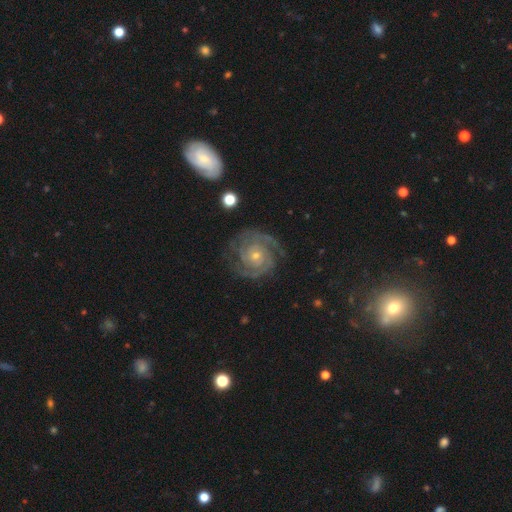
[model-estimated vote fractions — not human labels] Morphology: type=featured or disk (88%); edge-on=no (98%); bar=no (75%); spiral arms=yes (97%); winding=tight (69%); arm count=2 (59%); bulge=small (71%); merging=none (78%).